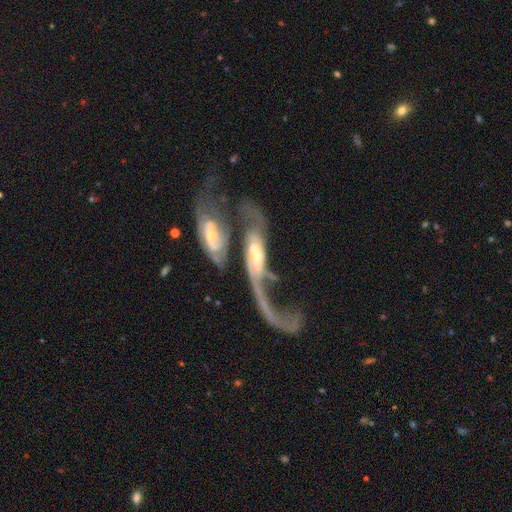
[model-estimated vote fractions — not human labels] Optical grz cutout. It shows a featured or disk galaxy (76%) with a strong bar (35%), 2 (57%) loose (68%) spiral arms (81%) and a moderate central bulge (37%, tied with small). Merging: merger (62%).